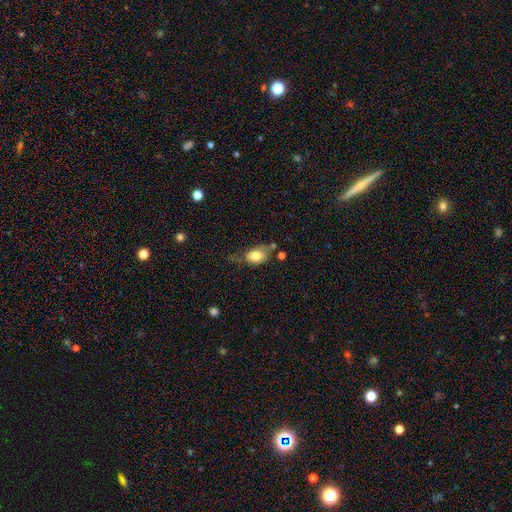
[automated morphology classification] Smooth or featured? smooth (76%)
How rounded? in between (84%)
Merging? none (41%)